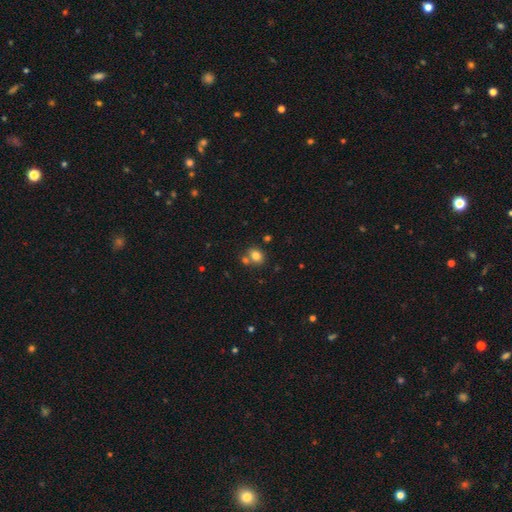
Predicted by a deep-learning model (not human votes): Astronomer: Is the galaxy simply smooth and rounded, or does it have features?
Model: smooth — 80%.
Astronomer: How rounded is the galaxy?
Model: round — 53% (runner-up: in between, 46%).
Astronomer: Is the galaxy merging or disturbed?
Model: none — 63%.